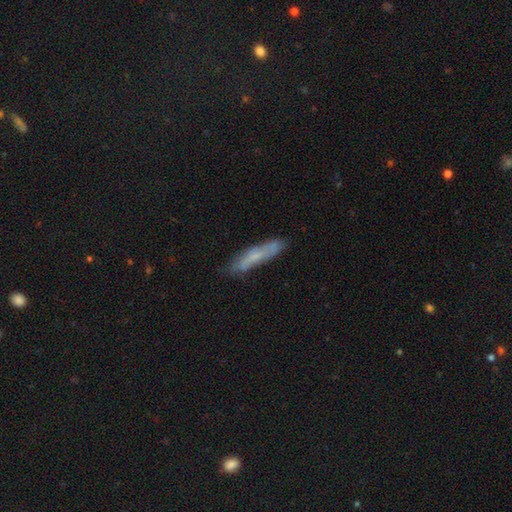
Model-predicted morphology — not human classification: The model was most divided on "smooth or featured": smooth: 52%, featured or disk: 40%, star or artifact: 8%. More confident: how rounded — cigar-shaped (86%); merging — none (75%).